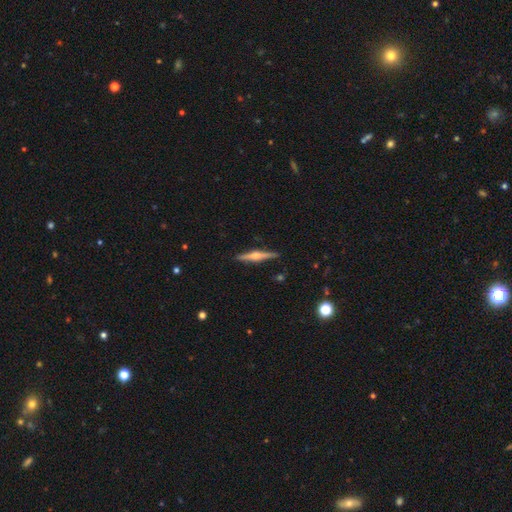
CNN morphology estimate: Overall: featured or disk (70%). Edge-on disk: yes (98%). Edge-on bulge: rounded (85%). Merging: none (90%).